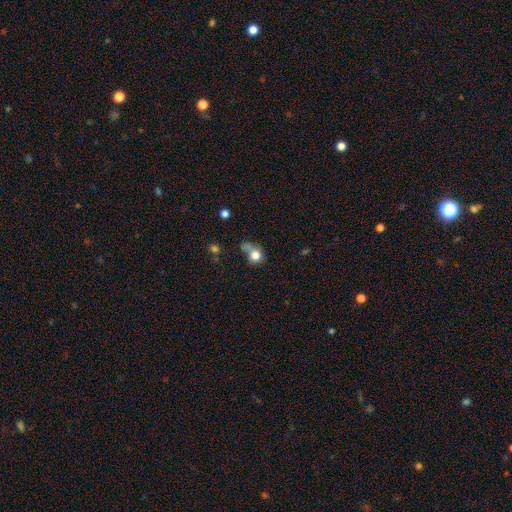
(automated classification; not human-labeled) Smooth or featured? smooth (74%)
How rounded? round (68%)
Merging? none (29%, tied with major disturbance)